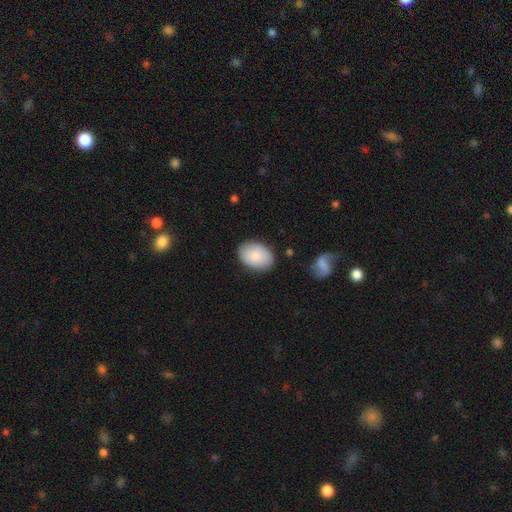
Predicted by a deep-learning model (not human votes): Smooth or featured? smooth (87%)
How rounded? in between (85%)
Merging? none (83%)